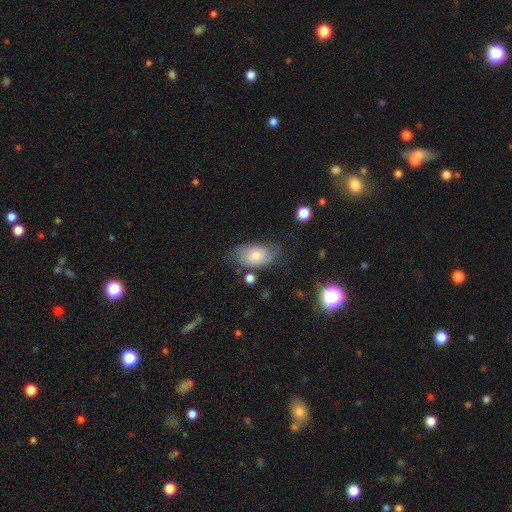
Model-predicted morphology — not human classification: A smooth galaxy with no disk features (69%) that is in between round and cigar-shaped (90%).

Vote fractions:
- Smooth or featured? smooth: 69% / featured or disk: 23% / star or artifact: 8%
- How rounded? in between: 90% / round: 7% / cigar-shaped: 2%
- Merging? none: 55% / minor disturbance: 28% / major disturbance: 13% / merger: 4%